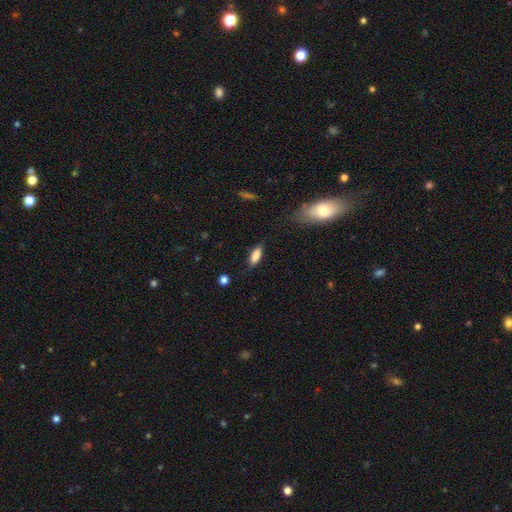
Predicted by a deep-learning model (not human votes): A smooth galaxy with no disk features (82%) that is in between round and cigar-shaped (68%).

Vote fractions:
- Smooth or featured? smooth: 82% / featured or disk: 11% / star or artifact: 7%
- How rounded? in between: 68% / cigar-shaped: 29% / round: 2%
- Merging? none: 74% / minor disturbance: 19% / major disturbance: 5% / merger: 2%